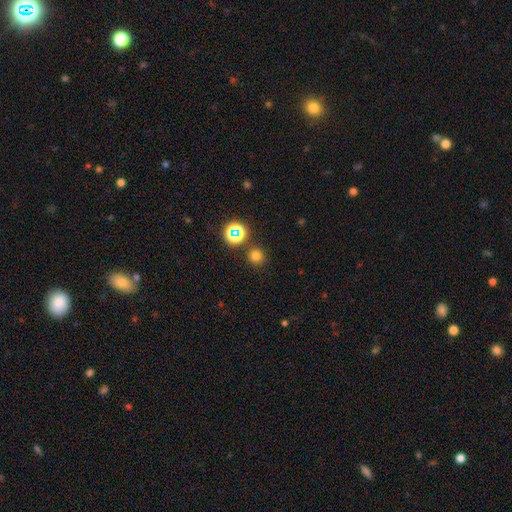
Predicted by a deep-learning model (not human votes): Morphology: type=smooth (72%); roundness=round (92%); merging=none (86%).